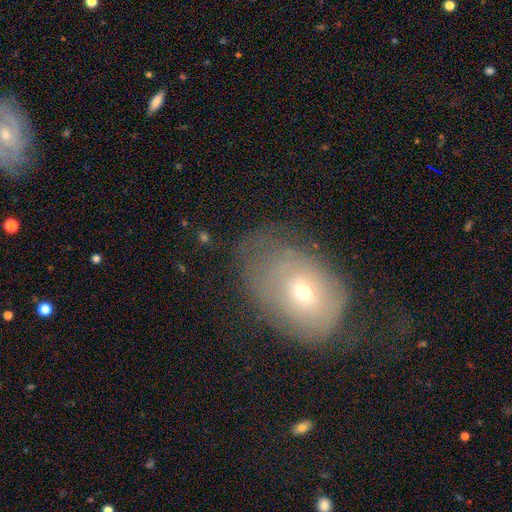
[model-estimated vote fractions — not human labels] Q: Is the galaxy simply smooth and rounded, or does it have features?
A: smooth — 52%.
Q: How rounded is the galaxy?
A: in between — 70%.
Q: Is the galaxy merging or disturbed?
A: none — 41%.